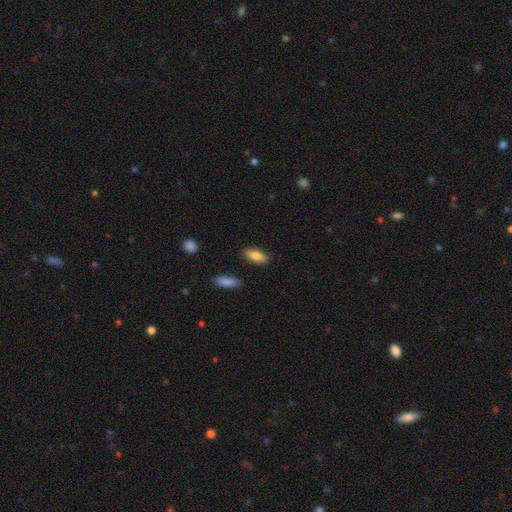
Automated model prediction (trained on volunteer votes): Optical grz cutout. It shows a smooth galaxy with no disk features (82%) that is in between round and cigar-shaped (78%). Merging: none (87%).